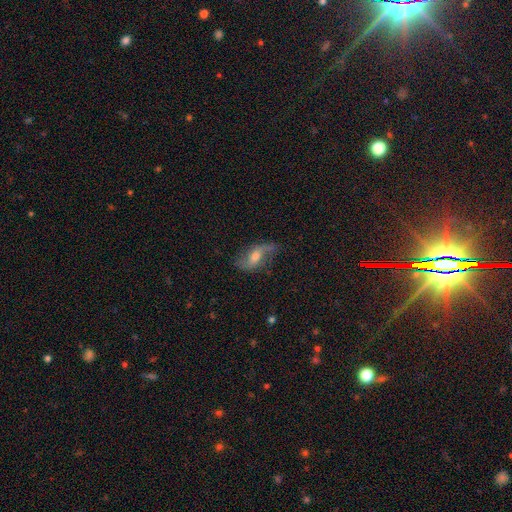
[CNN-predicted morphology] Overall: featured or disk (72%). Edge-on disk: no (90%). Bar: no (44%; weak 40%). Spiral arms: yes (90%). Spiral arm count: 2 (88%). Spiral winding: loose (79%). Bulge size: moderate (61%; small 26%). Merging: none (67%).